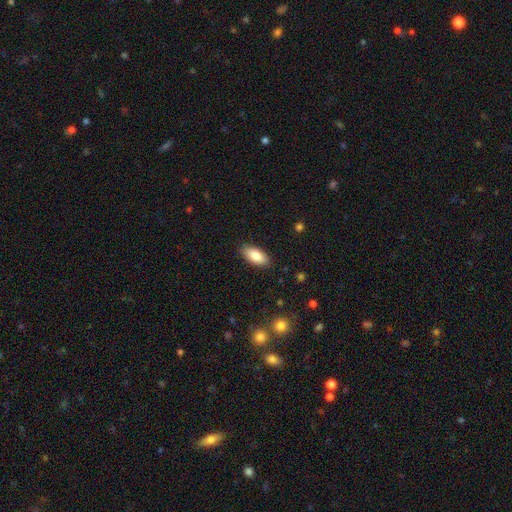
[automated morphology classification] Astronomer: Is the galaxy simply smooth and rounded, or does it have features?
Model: smooth — 83%.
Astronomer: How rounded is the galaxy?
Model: in between — 89%.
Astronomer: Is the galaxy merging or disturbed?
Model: none — 88%.